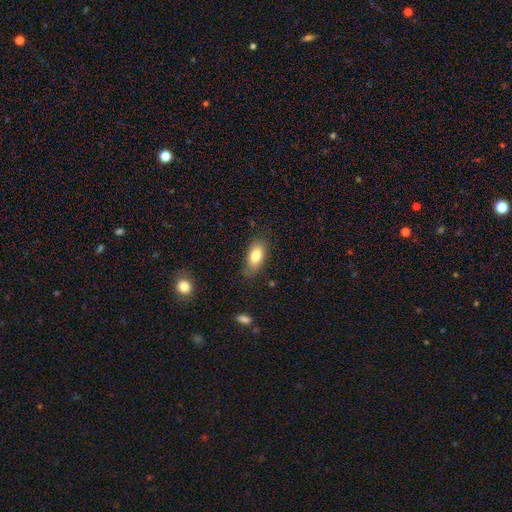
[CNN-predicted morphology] Overall: smooth (81%). How rounded: in between (88%). Merging: none (76%).